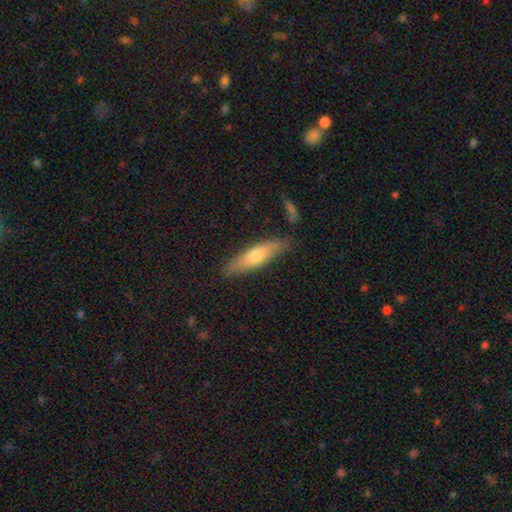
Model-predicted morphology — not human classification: Smooth or featured? Predicted: smooth (p=0.54). How rounded? Predicted: cigar-shaped (p=0.75). Merging? Predicted: none (p=0.84).